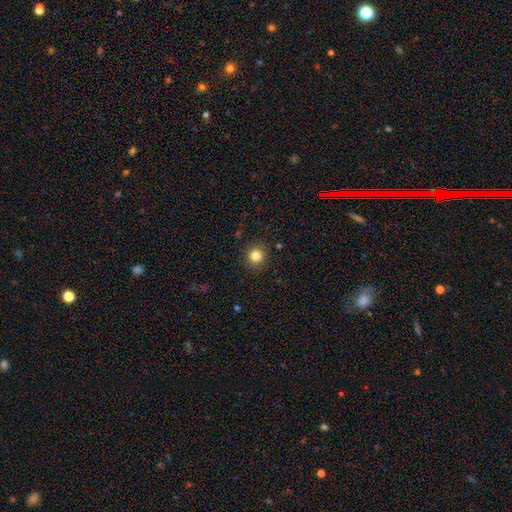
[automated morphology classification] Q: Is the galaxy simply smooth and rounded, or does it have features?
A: smooth — 83%.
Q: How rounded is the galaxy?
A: round — 92%.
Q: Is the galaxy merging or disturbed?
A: none — 90%.